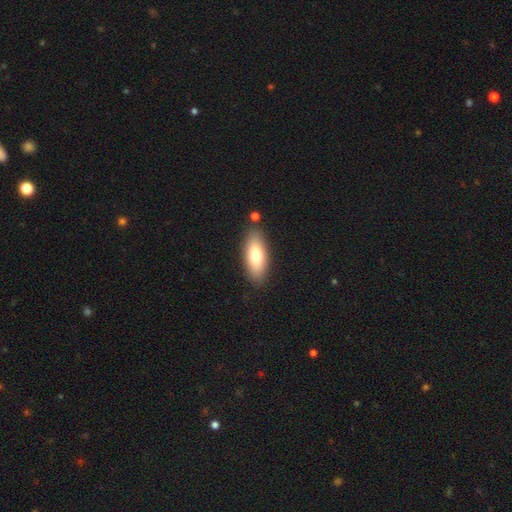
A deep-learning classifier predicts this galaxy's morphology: smooth-or-featured: smooth: 77% | featured or disk: 17% | star or artifact: 6%
  how-rounded: in between: 74% | cigar-shaped: 24% | round: 2%
  merging: none: 84% | minor disturbance: 10% | merger: 3% | major disturbance: 2%